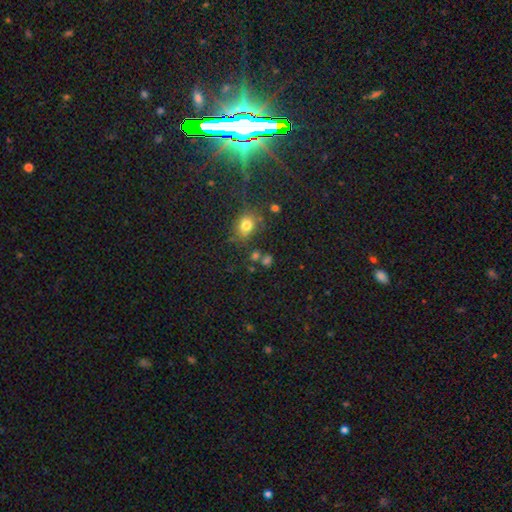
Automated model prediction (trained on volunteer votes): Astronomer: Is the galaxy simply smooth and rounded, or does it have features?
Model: smooth — 61%.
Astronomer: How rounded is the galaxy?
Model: round — 52% (runner-up: in between, 46%).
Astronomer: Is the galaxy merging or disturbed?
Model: none — 73%.